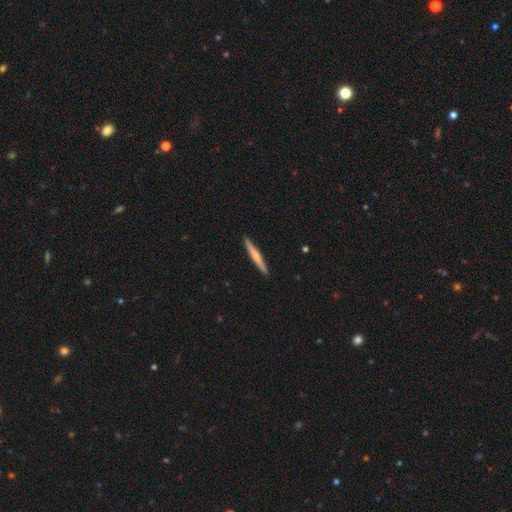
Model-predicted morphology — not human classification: A smooth galaxy with no disk features (52%) that is cigar-shaped (96%). Merging: none (92%).